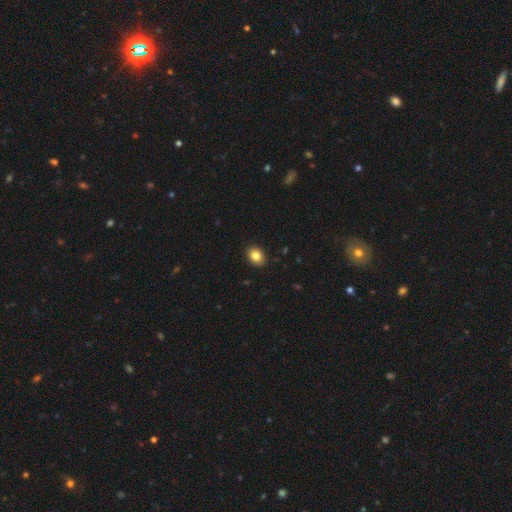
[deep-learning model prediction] The model was most divided on "how rounded": in between: 64%, round: 36%, cigar-shaped: 1%. More confident: merging — none (91%); smooth or featured — smooth (84%).